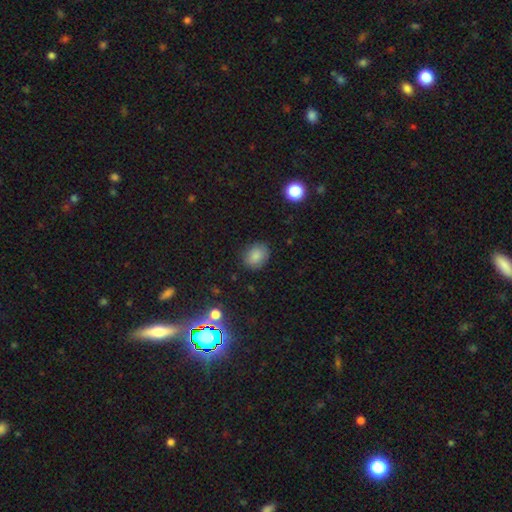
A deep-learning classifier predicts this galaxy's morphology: Overall: smooth (83%). How rounded: round (50%; in between 49%). Merging: none (83%).